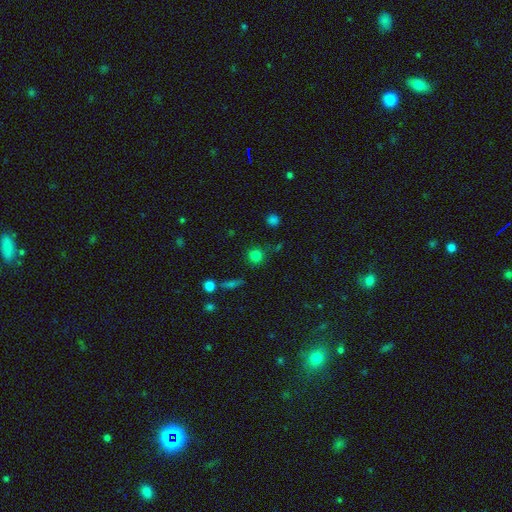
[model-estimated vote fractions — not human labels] Smooth or featured: smooth — 80% (star or artifact — 15%)
How rounded: round — 90% (in between — 8%)
Merging: none — 82% (minor disturbance — 10%)